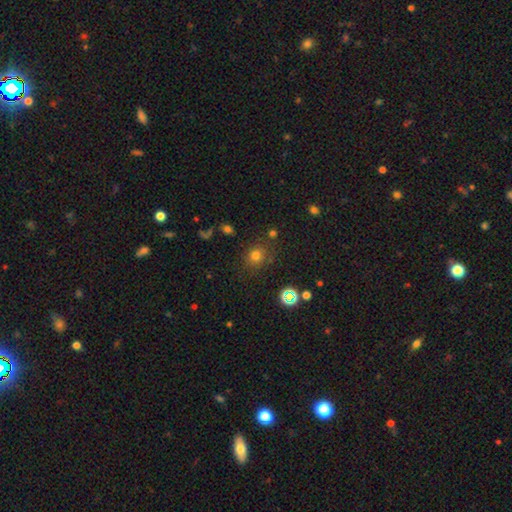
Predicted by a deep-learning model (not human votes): smooth 71%, star or artifact 22%, featured or disk 7%. Down the decision tree: how rounded — round (82%); merging — none (80%).